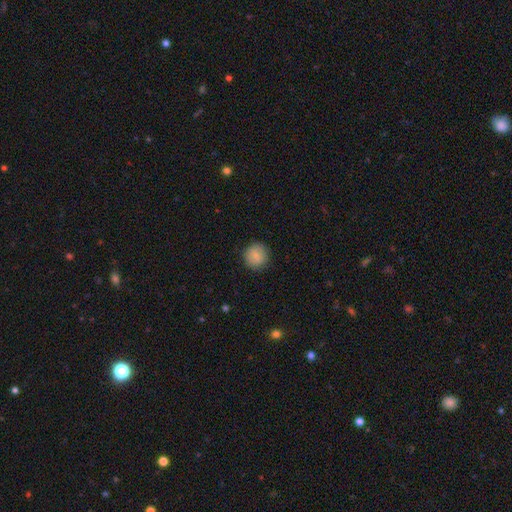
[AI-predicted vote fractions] A smooth galaxy with no disk features (86%) that is round (91%). Merging: none (88%).